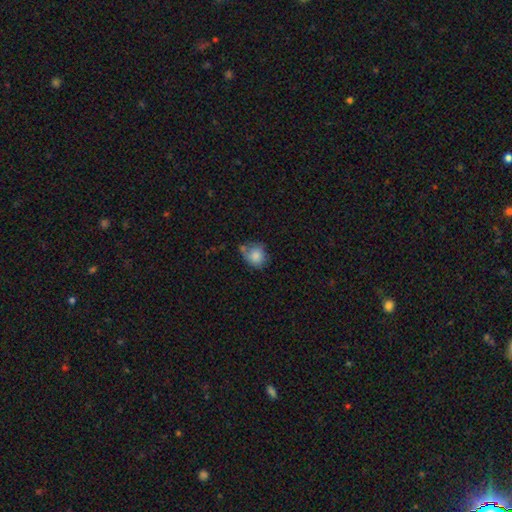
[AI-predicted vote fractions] Overall: smooth (81%). How rounded: round (73%). Merging: none (43%; minor disturbance 30%).